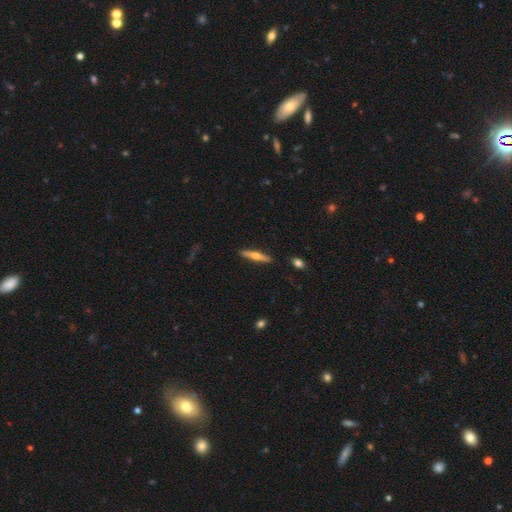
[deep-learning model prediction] Q: Smooth or featured?
A: featured or disk (48%); runner-up: smooth (46%)
Q: Merging?
A: none (90%); runner-up: minor disturbance (7%)